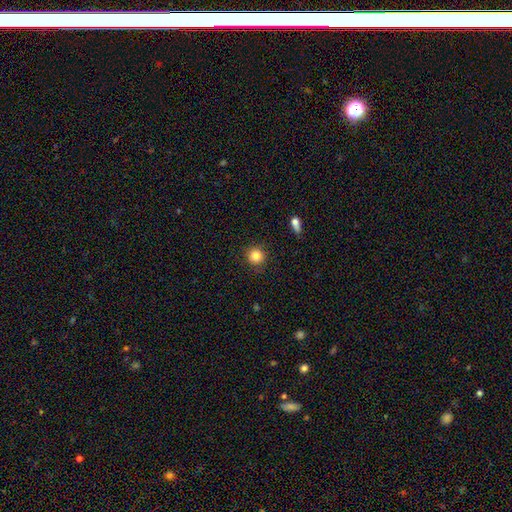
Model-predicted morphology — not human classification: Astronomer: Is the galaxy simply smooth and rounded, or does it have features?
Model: smooth — 83%.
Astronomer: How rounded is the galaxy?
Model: round — 93%.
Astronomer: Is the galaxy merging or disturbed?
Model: none — 89%.